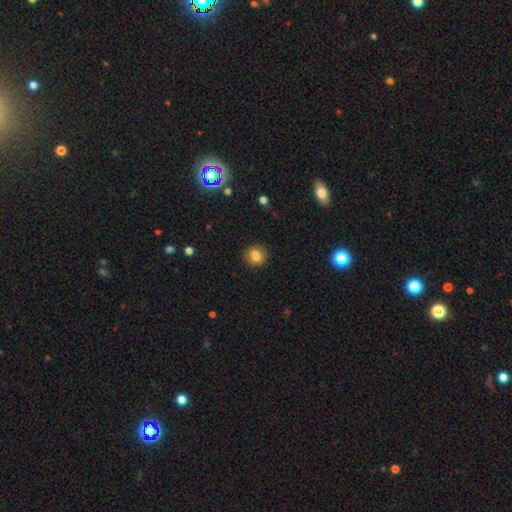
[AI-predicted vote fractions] smooth 80%, featured or disk 10%, star or artifact 10%. Down the decision tree: how rounded — round (80%); merging — none (89%).